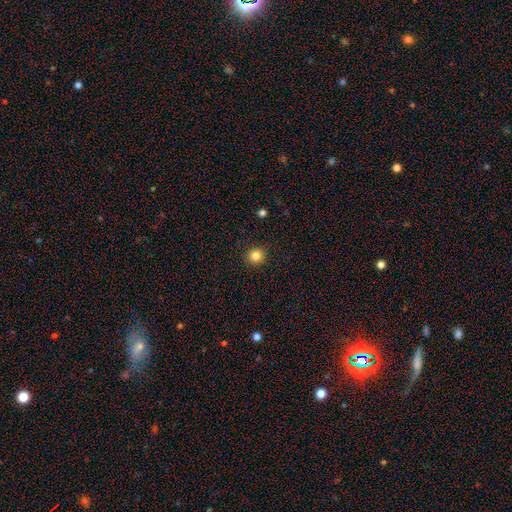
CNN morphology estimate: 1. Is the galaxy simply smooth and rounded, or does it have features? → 84% smooth, 11% star or artifact, 4% featured or disk.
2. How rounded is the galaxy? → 93% round, 6% in between, 1% cigar-shaped.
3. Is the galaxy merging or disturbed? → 92% none, 5% minor disturbance, 2% major disturbance, 1% merger.